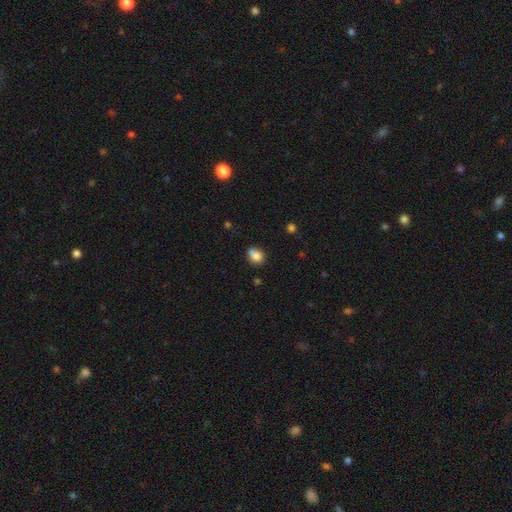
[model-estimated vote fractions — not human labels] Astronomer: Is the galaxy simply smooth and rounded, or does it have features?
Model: smooth — 82%.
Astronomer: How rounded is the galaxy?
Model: in between — 50% (runner-up: round, 49%).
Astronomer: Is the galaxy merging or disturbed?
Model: none — 60%.